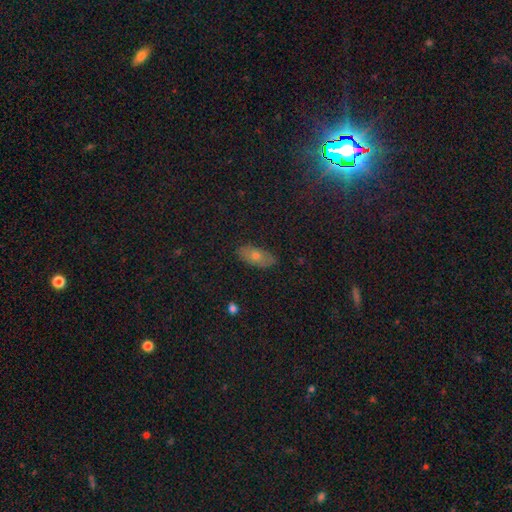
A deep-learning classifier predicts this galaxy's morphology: Smooth or featured: smooth — 59% (featured or disk — 23%)
How rounded: in between — 84% (cigar-shaped — 12%)
Merging: none — 84% (minor disturbance — 12%)